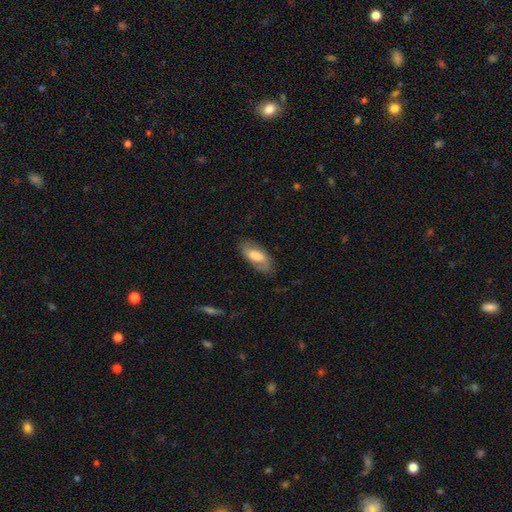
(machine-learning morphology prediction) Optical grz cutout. It shows a smooth galaxy with no disk features (58%) that is in between round and cigar-shaped (85%). Merging: none (73%).